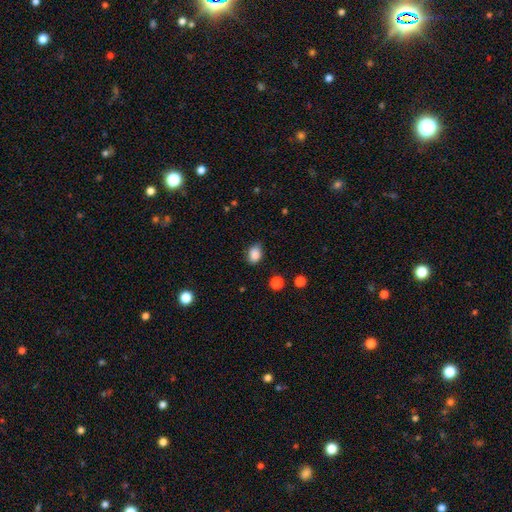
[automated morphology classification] smooth_or_featured: smooth (p=0.86) [alt: star or artifact p=0.09]
how_rounded: in between (p=0.73) [alt: round p=0.26]
merging: none (p=0.78) [alt: minor disturbance p=0.17]